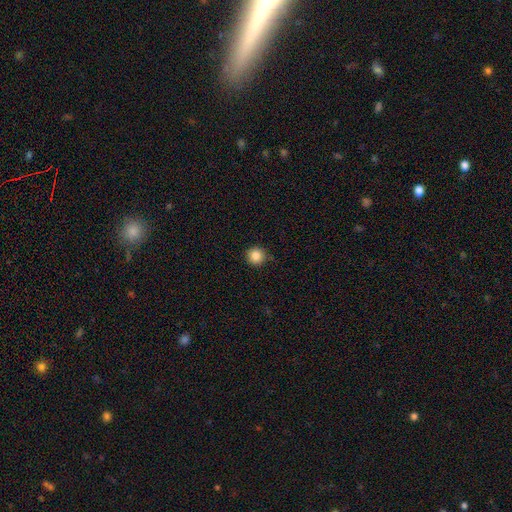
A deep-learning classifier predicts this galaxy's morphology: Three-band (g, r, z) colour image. It shows a smooth galaxy with no disk features (85%) that is round (95%). Merging: none (87%).